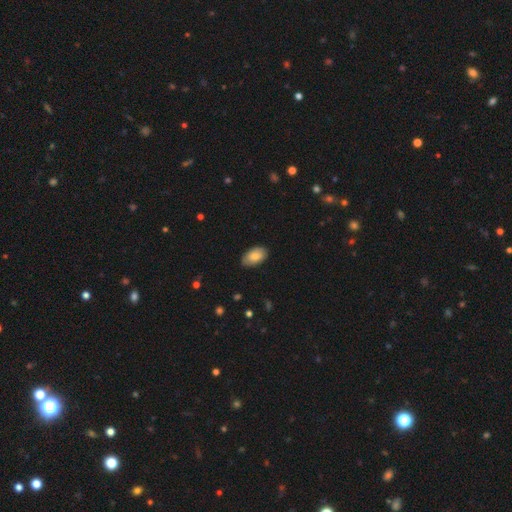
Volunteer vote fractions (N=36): Morphology: type=smooth (83%); roundness=in between (90%); merging=none (97%).